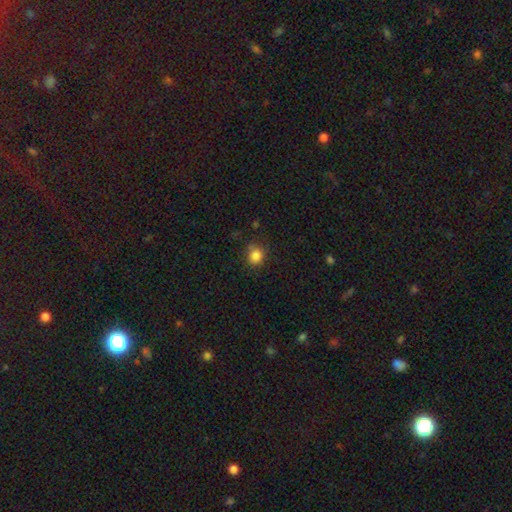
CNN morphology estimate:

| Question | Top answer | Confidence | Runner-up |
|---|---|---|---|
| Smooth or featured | smooth | 84% | star or artifact (12%) |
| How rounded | round | 76% | in between (23%) |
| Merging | none | 74% | minor disturbance (18%) |